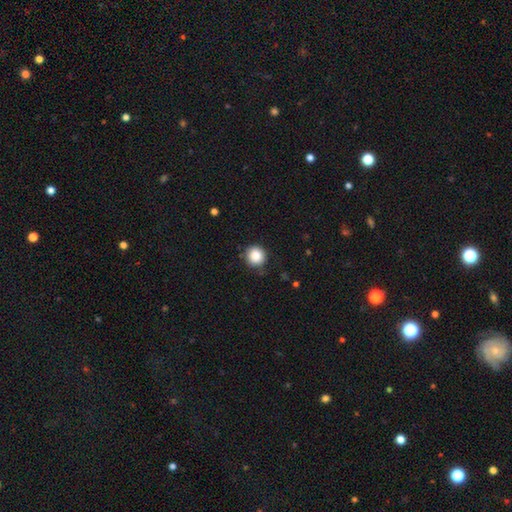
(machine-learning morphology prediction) smooth-or-featured: smooth: 86% | star or artifact: 10% | featured or disk: 4%
  how-rounded: round: 94% | in between: 5% | cigar-shaped: 1%
  merging: none: 85% | minor disturbance: 11% | major disturbance: 3% | merger: 1%